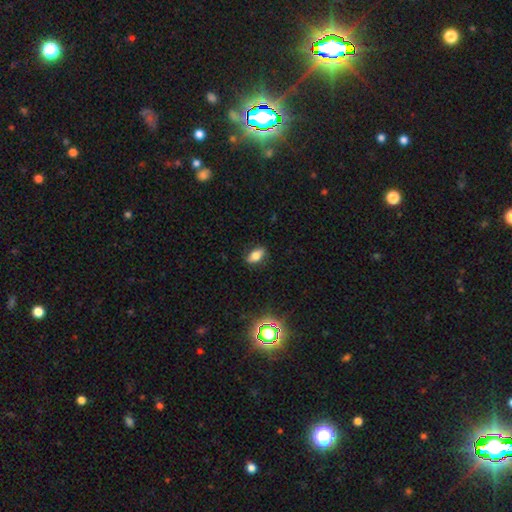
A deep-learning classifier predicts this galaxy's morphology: This is likely a smooth galaxy (72%). How rounded: clearly in between (86%). Merging: clearly none (82%).